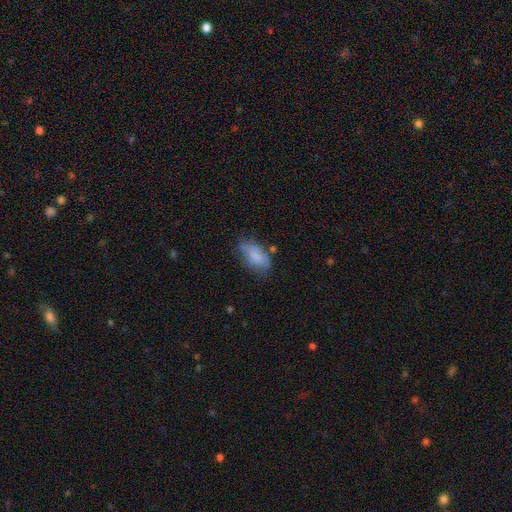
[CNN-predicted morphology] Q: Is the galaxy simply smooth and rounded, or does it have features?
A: smooth — 73%.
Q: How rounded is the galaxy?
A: in between — 91%.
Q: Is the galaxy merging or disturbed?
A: none — 52%.